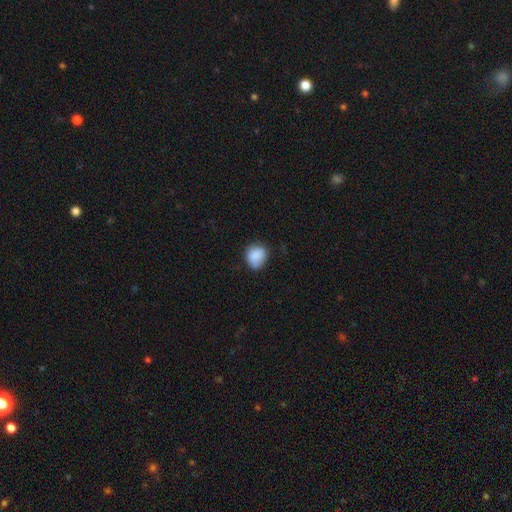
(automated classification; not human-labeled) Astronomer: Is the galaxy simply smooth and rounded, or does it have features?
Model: smooth — 85%.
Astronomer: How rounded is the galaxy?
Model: round — 71%.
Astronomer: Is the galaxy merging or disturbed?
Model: none — 66%.